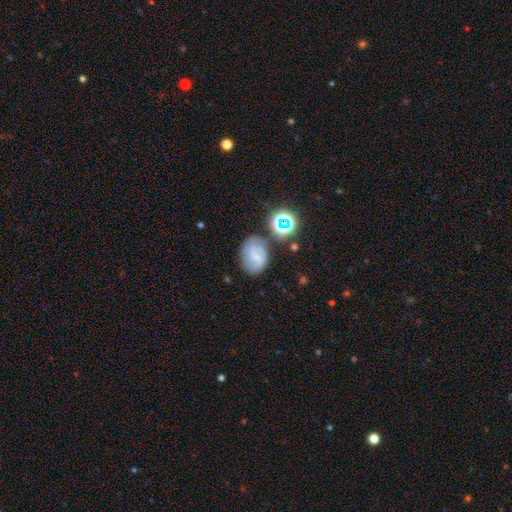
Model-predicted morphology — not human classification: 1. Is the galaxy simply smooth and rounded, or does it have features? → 45% featured or disk, 40% smooth, 15% star or artifact.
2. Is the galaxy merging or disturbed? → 67% none, 19% minor disturbance, 7% major disturbance, 6% merger.